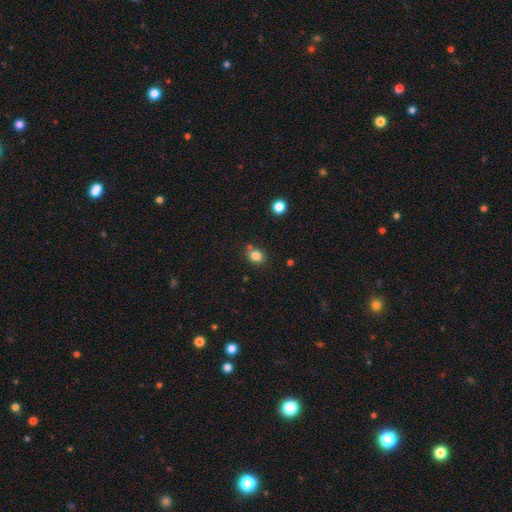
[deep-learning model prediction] smooth_or_featured: smooth (p=0.83) [alt: star or artifact p=0.12]
how_rounded: round (p=0.62) [alt: in between p=0.37]
merging: none (p=0.73) [alt: minor disturbance p=0.12]